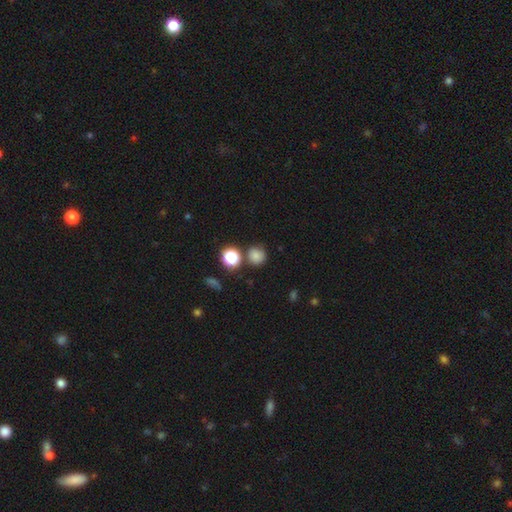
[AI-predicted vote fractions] Overall: smooth (79%). How rounded: round (90%). Merging: none (77%).